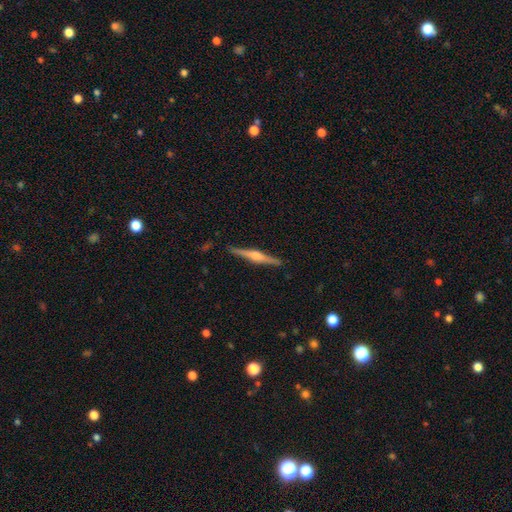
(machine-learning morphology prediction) featured or disk 81%, smooth 14%, star or artifact 5%. Down the decision tree: edge-on disk — yes (98%); edge-on bulge — rounded (86%); merging — none (91%).